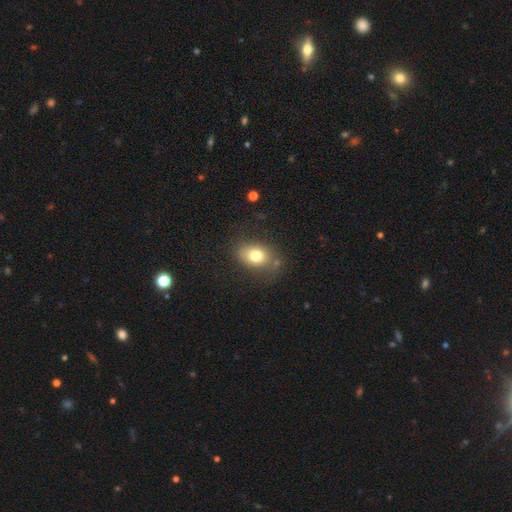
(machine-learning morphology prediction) This is likely a smooth galaxy (75%). How rounded: likely in between (70%). Merging: likely none (71%).